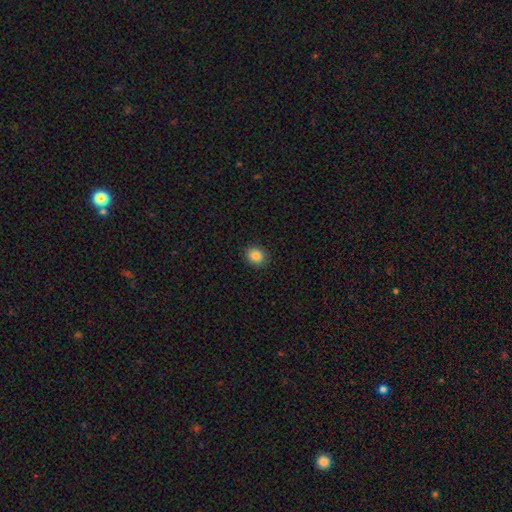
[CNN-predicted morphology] A smooth galaxy with no disk features (85%) that is round (72%).

Vote fractions:
- Smooth or featured? smooth: 85% / star or artifact: 10% / featured or disk: 5%
- How rounded? round: 72% / in between: 27% / cigar-shaped: 1%
- Merging? none: 91% / minor disturbance: 7% / major disturbance: 2% / merger: 1%